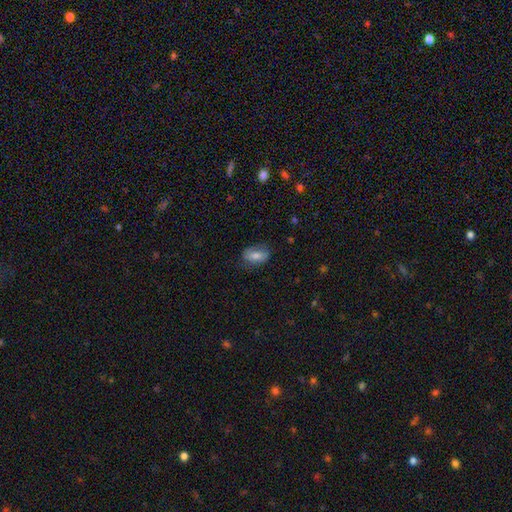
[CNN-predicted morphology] Smooth or featured: smooth — 73% (featured or disk — 19%)
How rounded: in between — 89% (round — 8%)
Merging: none — 73% (minor disturbance — 20%)